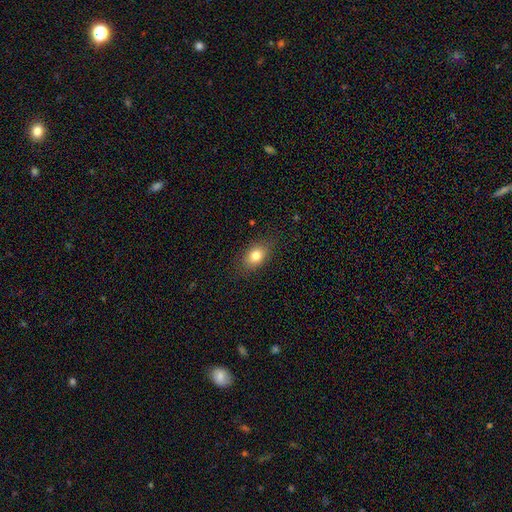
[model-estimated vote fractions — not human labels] Overall: smooth (80%). How rounded: in between (77%). Merging: none (84%).